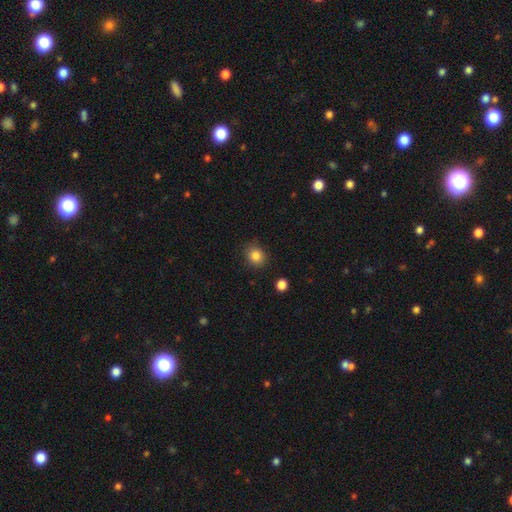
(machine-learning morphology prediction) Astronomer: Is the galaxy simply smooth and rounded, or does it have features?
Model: smooth — 85%.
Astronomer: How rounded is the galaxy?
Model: round — 72%.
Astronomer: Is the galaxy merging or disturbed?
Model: none — 84%.